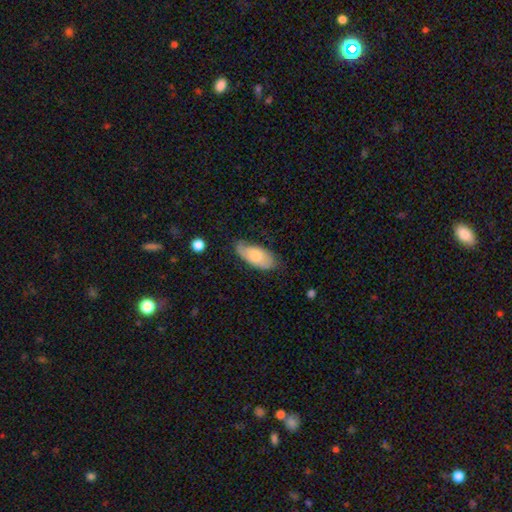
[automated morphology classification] Smooth or featured? smooth (61%)
How rounded? in between (91%)
Merging? none (59%)